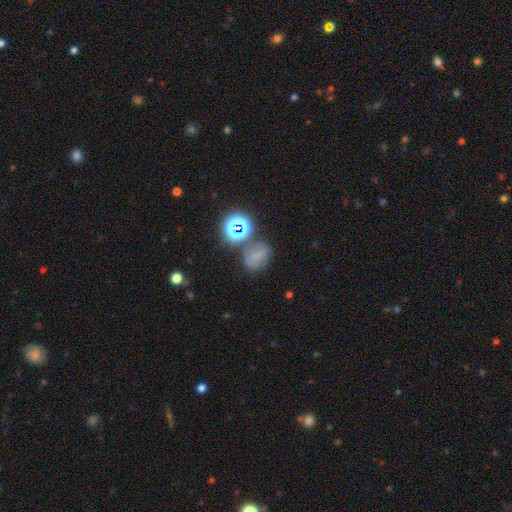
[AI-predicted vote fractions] The model was most divided on "smooth or featured": smooth: 50%, star or artifact: 30%, featured or disk: 20%. More confident: merging — none (58%).